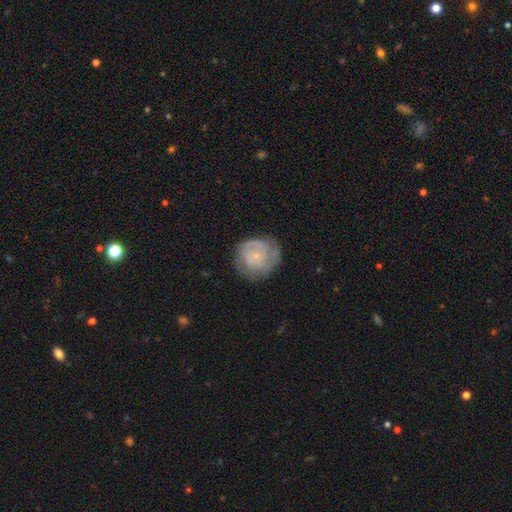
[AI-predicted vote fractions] A featured or disk galaxy (64%) with no bar (79%), tight (57%) spiral arms (86%) and a small central bulge (81%).

Vote fractions:
- Smooth or featured? featured or disk: 64% / smooth: 29% / star or artifact: 7%
- Edge-on disk? no: 98% / yes: 2%
- Bar? no: 79% / weak: 18% / strong: 3%
- Spiral arms? yes: 86% / no: 14%
- Spiral winding? tight: 57% / medium: 32% / loose: 11%
- Spiral arm count? can't tell: 35% / 2: 31% / 3: 17% / 1: 7% / 4: 5% / more than 4: 4%
- Bulge size? small: 81% / moderate: 12% / none: 5% / large: 1% / dominant: 1%
- Merging? none: 66% / minor disturbance: 22% / major disturbance: 10% / merger: 2%